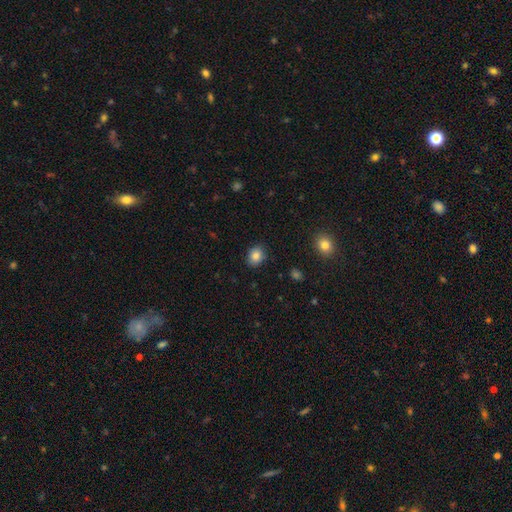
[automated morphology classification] Q: Smooth or featured?
A: smooth (85%); runner-up: star or artifact (9%)
Q: How rounded?
A: round (52%); runner-up: in between (48%)
Q: Merging?
A: none (87%); runner-up: minor disturbance (10%)